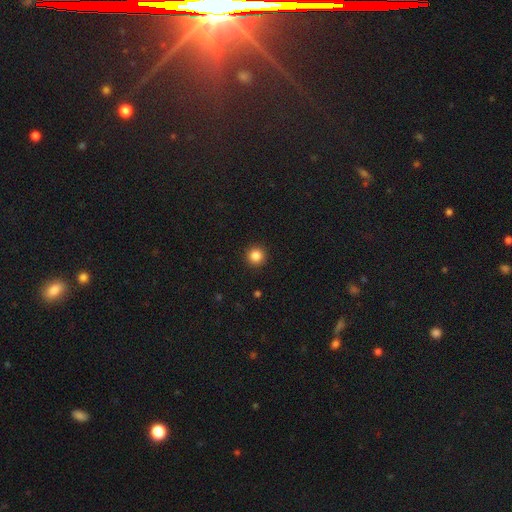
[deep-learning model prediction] This is clearly a smooth galaxy (85%). How rounded: clearly round (96%). Merging: clearly none (93%).